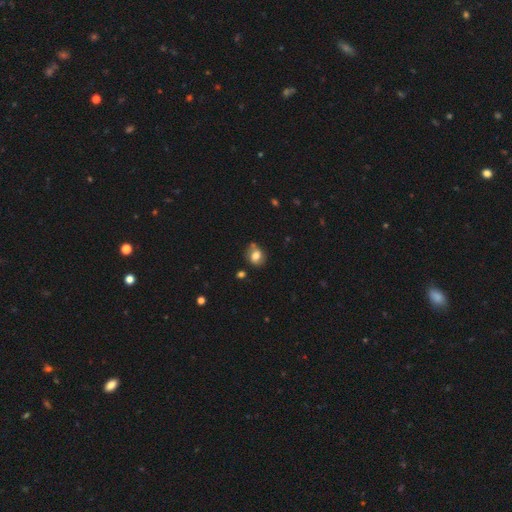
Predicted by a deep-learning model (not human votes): Smooth or featured? Predicted: smooth (p=0.73). How rounded? Predicted: round (p=0.59). Merging? Predicted: none (p=0.64).